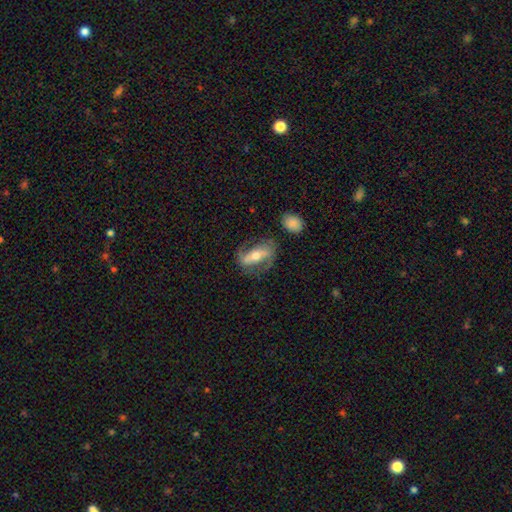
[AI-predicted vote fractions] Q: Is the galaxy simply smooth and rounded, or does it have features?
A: featured or disk — 72%.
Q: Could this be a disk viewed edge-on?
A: no — 86%.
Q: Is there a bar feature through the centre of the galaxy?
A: strong — 60%.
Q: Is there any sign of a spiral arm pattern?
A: yes — 80%.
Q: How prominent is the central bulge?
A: moderate — 59%.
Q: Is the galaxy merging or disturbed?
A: none — 68%.